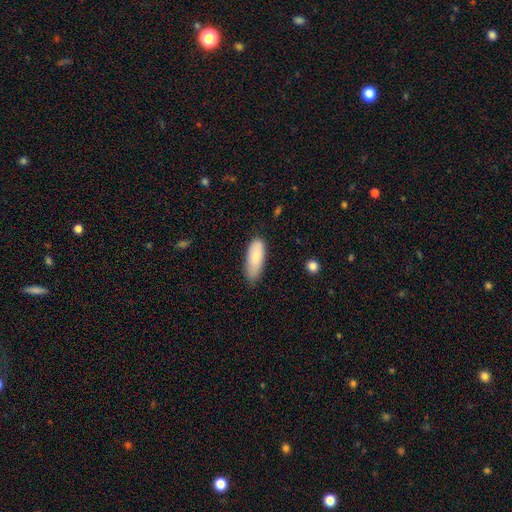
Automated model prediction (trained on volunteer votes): Smooth or featured?
  - smooth: 83% *
  - featured or disk: 11%
  - star or artifact: 6%
How rounded?
  - in between: 71% *
  - cigar-shaped: 27%
  - round: 2%
Merging?
  - none: 66% *
  - minor disturbance: 28%
  - major disturbance: 5%
  - merger: 2%